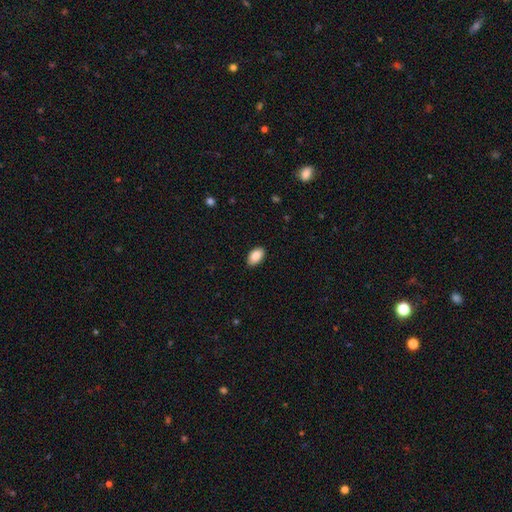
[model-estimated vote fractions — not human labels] Smooth or featured: smooth — 89% (star or artifact — 7%)
How rounded: in between — 94% (round — 5%)
Merging: none — 88% (minor disturbance — 10%)